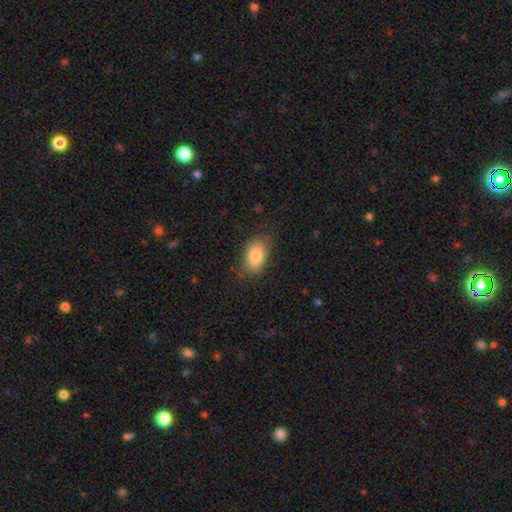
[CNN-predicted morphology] smooth_or_featured: smooth (p=0.84) [alt: featured or disk p=0.08]
how_rounded: in between (p=0.90) [alt: round p=0.08]
merging: none (p=0.77) [alt: minor disturbance p=0.17]